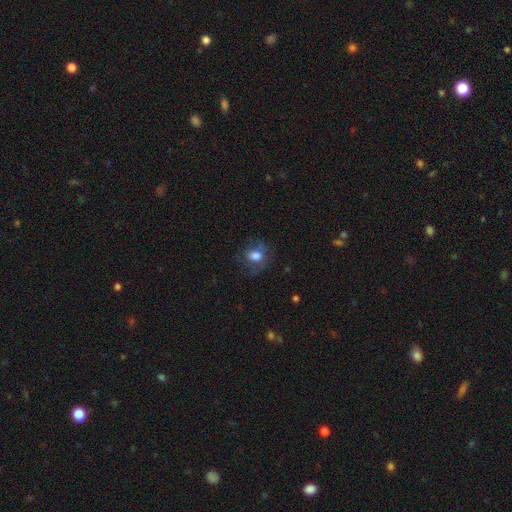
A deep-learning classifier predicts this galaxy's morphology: smooth 64%, featured or disk 24%, star or artifact 12%. Down the decision tree: how rounded — round (59%); merging — none (61%).